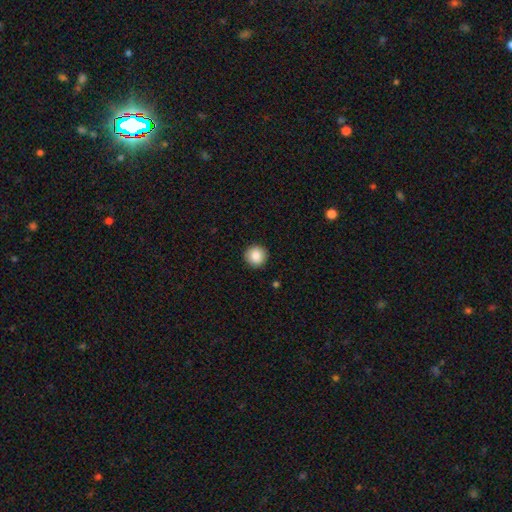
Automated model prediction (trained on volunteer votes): Smooth or featured? Predicted: smooth (p=0.87). How rounded? Predicted: round (p=0.95). Merging? Predicted: none (p=0.93).